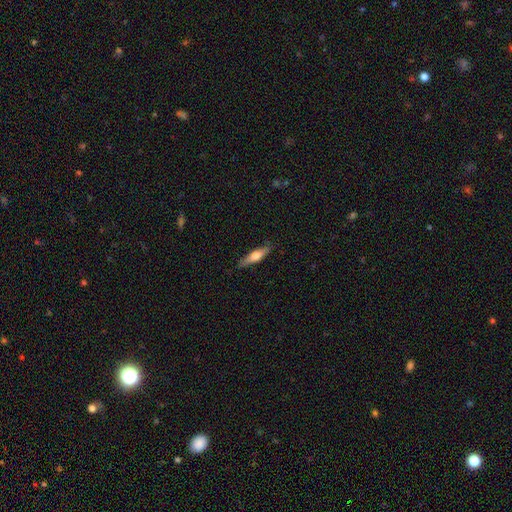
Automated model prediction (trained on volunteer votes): This is possibly a featured or disk galaxy (48%). Merging: clearly none (85%).